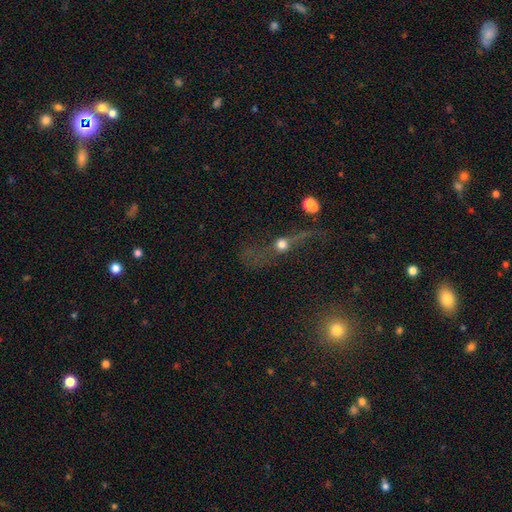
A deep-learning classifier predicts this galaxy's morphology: A star or artifact, not a galaxy (38%).